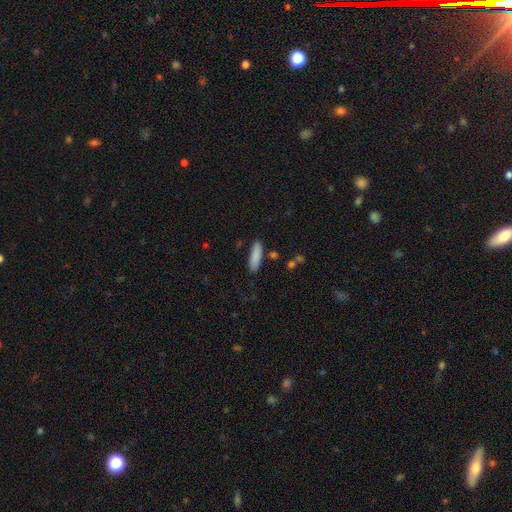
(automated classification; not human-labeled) This appears to be a smooth galaxy with no disk features (88%) that is cigar-shaped (57%). Merging: none (85%).